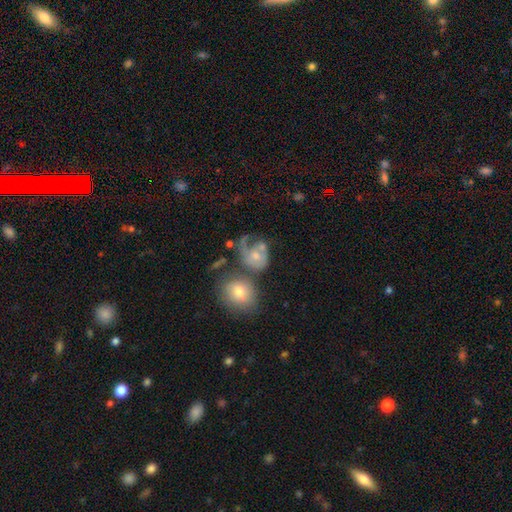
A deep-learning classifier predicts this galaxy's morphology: This is possibly a smooth galaxy (47%). Merging: marginally merger (33%).